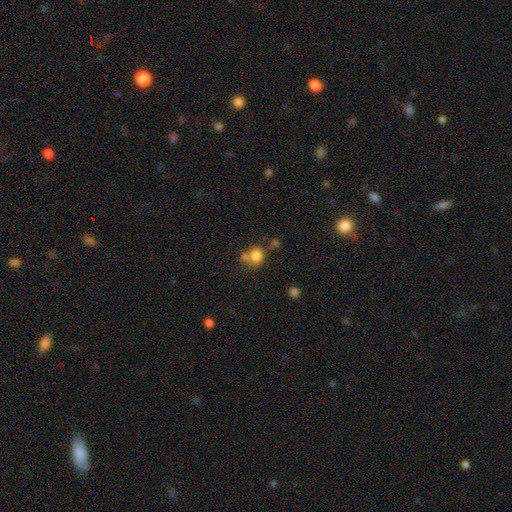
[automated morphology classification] Smooth or featured?
  - smooth: 79% *
  - star or artifact: 11%
  - featured or disk: 10%
How rounded?
  - round: 72% *
  - in between: 27%
  - cigar-shaped: 1%
Merging?
  - none: 46% *
  - merger: 36%
  - minor disturbance: 13%
  - major disturbance: 6%